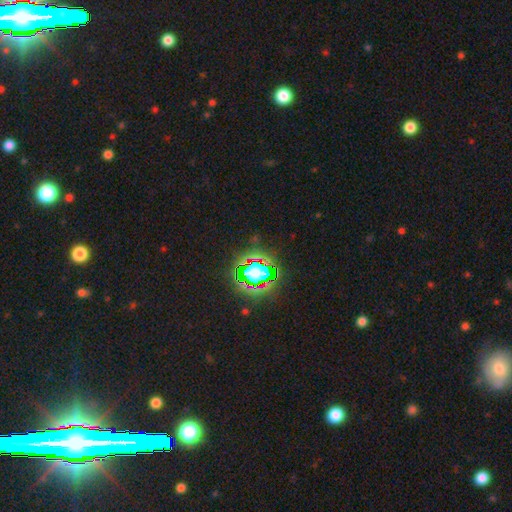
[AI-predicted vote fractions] Q: Smooth or featured?
A: star or artifact (83%); runner-up: smooth (10%)